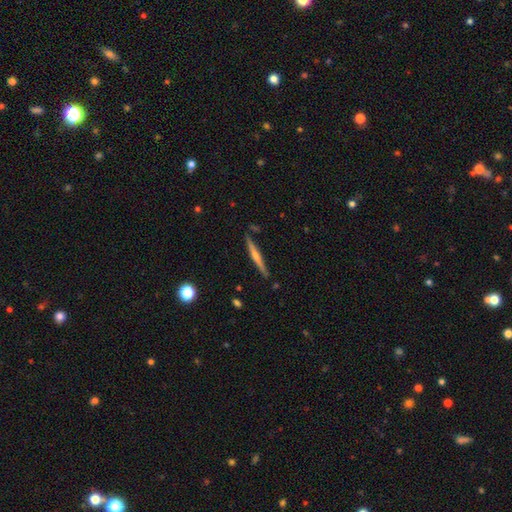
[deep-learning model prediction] smooth-or-featured: featured or disk: 72% | smooth: 22% | star or artifact: 6%
  disk-edge-on: yes: 98% | no: 2%
    edge-on-bulge: rounded: 75% | none: 18% | boxy: 7%
  merging: none: 90% | minor disturbance: 7% | merger: 1% | major disturbance: 1%